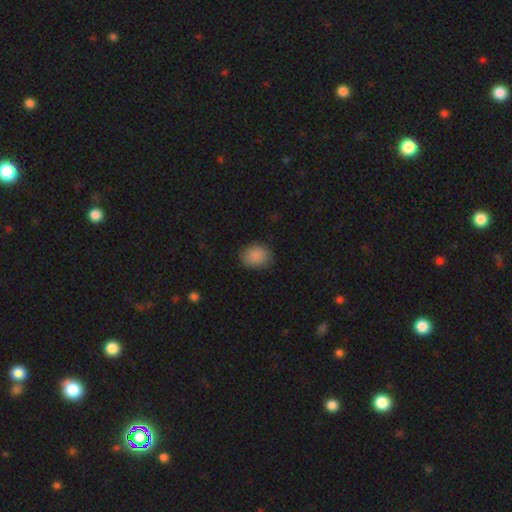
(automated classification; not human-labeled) This is clearly a smooth galaxy (88%). How rounded: possibly round (51%). Merging: clearly none (84%).